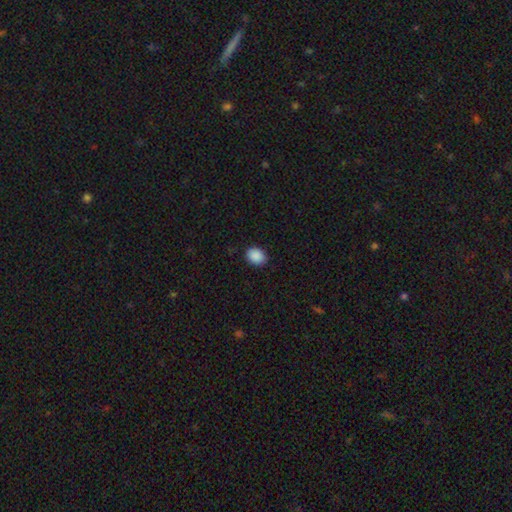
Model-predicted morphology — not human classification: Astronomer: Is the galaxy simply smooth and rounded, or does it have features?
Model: smooth — 90%.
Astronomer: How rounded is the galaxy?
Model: in between — 68%.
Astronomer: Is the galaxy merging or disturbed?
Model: none — 87%.